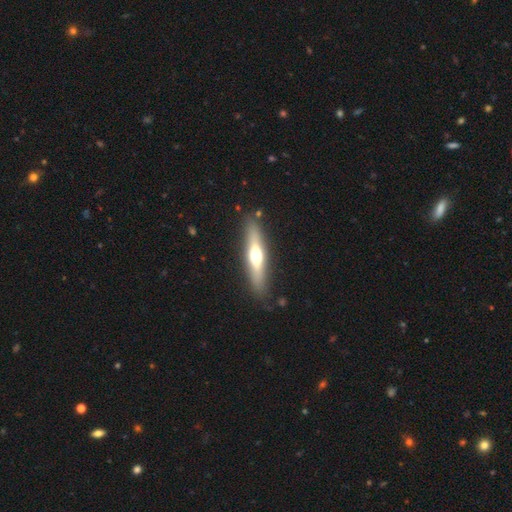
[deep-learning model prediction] This is possibly a featured or disk galaxy (53%). It is clearly viewed edge-on (89%). Merging: clearly none (86%).